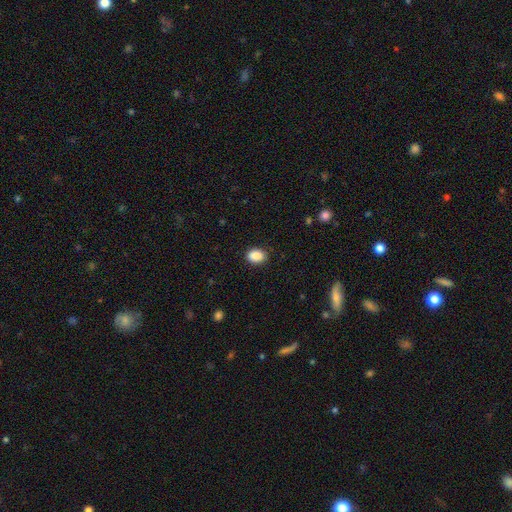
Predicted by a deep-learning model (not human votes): Smooth or featured: smooth — 89% (star or artifact — 8%)
How rounded: in between — 73% (round — 26%)
Merging: none — 87% (minor disturbance — 10%)